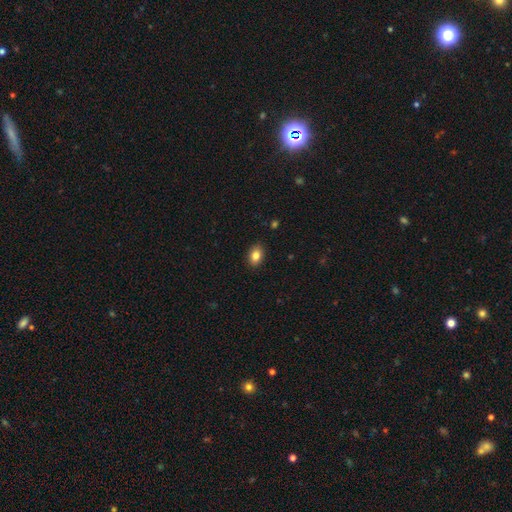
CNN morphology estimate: Smooth or featured: smooth — 84% (star or artifact — 9%)
How rounded: in between — 78% (round — 20%)
Merging: none — 89% (minor disturbance — 8%)